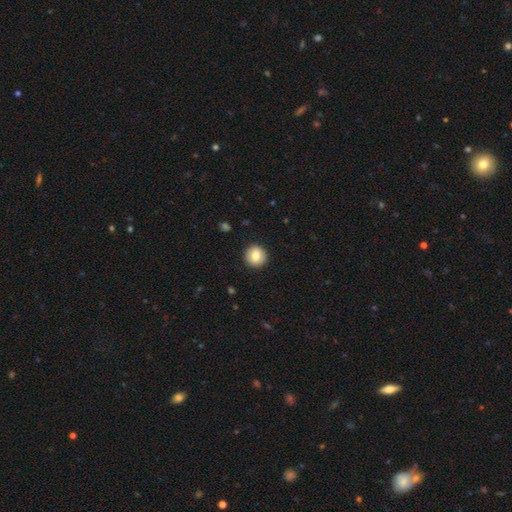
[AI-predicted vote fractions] Smooth or featured: smooth — 77% (featured or disk — 15%)
How rounded: round — 93% (in between — 6%)
Merging: none — 91% (minor disturbance — 6%)